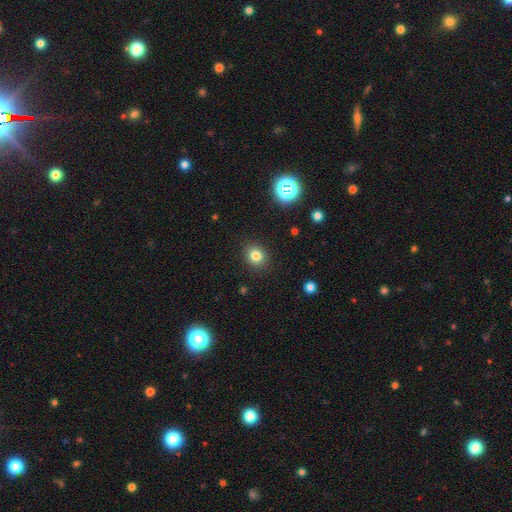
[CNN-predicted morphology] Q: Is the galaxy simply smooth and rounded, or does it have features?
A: smooth — 79%.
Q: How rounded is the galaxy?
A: round — 70%.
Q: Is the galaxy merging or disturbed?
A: none — 89%.